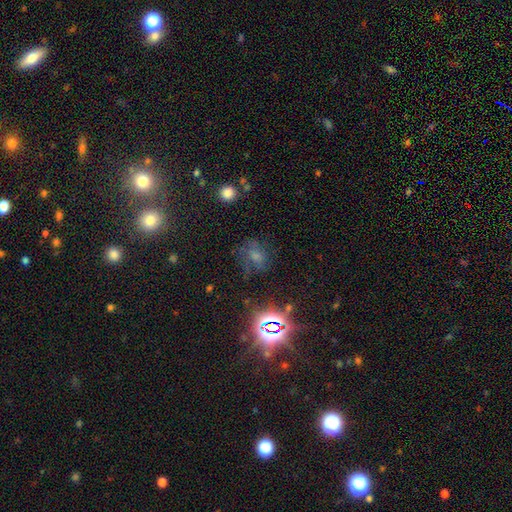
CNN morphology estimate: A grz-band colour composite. It shows a smooth galaxy with no disk features (49%). Merging: none (54%).